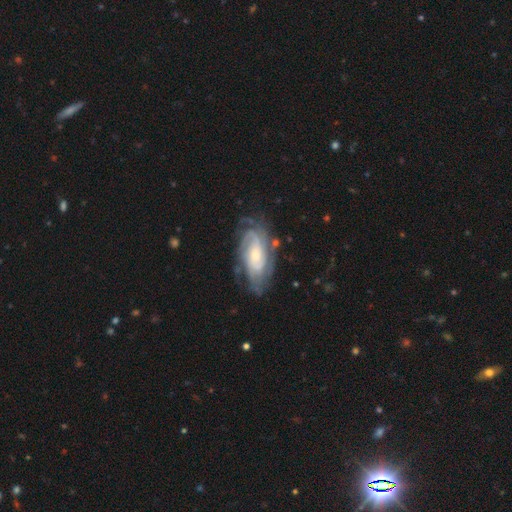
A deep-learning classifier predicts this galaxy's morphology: featured or disk 82%, smooth 12%, star or artifact 6%. Down the decision tree: edge-on disk — no (93%); bar — no (64%); spiral arms — yes (94%); spiral arm count — can't tell (40%); spiral winding — tight (64%); bulge size — small (55%); merging — none (69%).